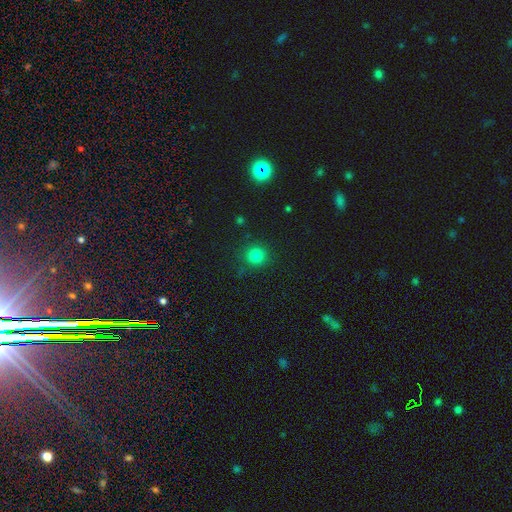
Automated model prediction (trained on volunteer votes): smooth-or-featured: smooth: 81% | star or artifact: 14% | featured or disk: 5%
  how-rounded: round: 93% | in between: 6% | cigar-shaped: 1%
  merging: none: 87% | minor disturbance: 8% | major disturbance: 3% | merger: 2%